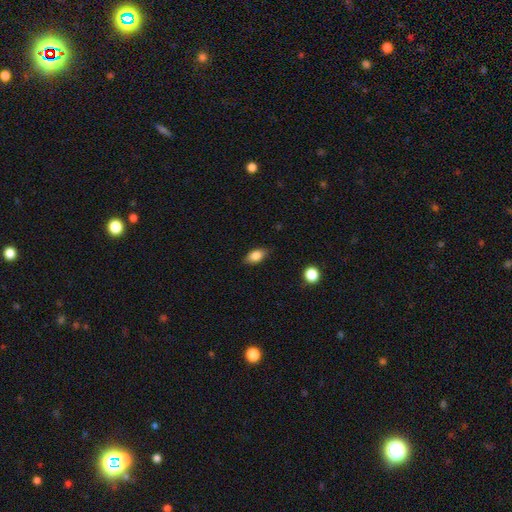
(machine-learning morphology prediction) Overall: smooth (83%). How rounded: in between (88%). Merging: none (82%).